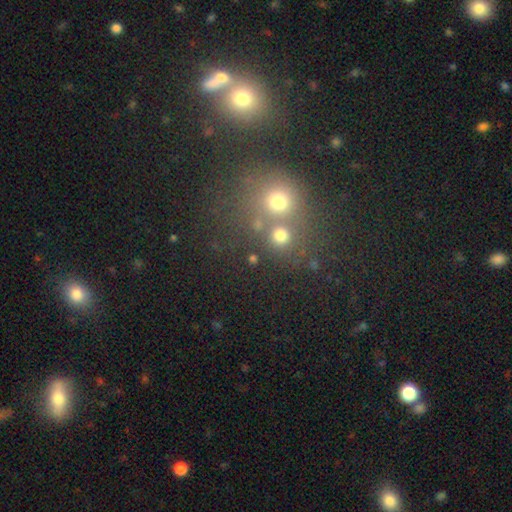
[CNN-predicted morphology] type=smooth (51%); roundness=round (82%); merging=none (57%).